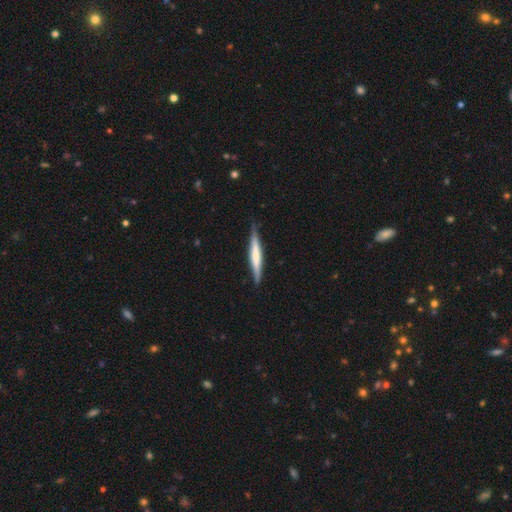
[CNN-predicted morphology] smooth-or-featured: featured or disk: 49% | smooth: 46% | star or artifact: 5%
  merging: none: 85% | minor disturbance: 12% | major disturbance: 2% | merger: 1%